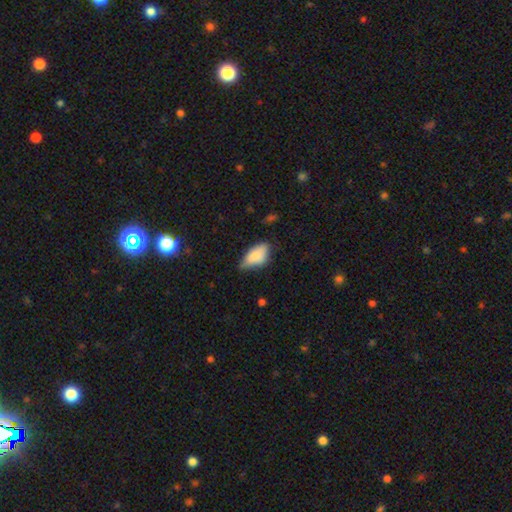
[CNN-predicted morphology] The model was most divided on "merging": none: 45%, minor disturbance: 42%, major disturbance: 11%, merger: 3%. More confident: how rounded — in between (90%); smooth or featured — smooth (78%).